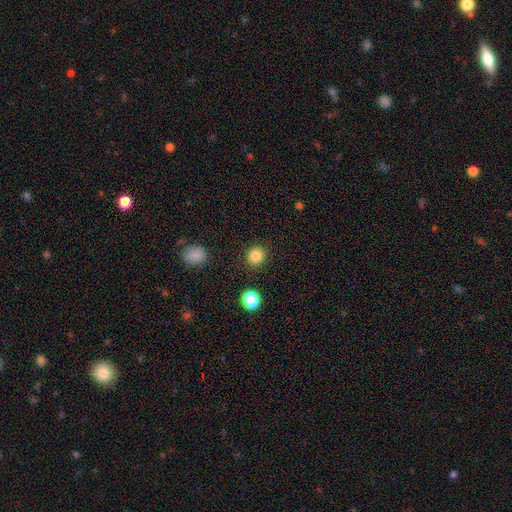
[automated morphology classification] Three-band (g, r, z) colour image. It shows a smooth galaxy with no disk features (85%) that is round (83%). Merging: none (89%).